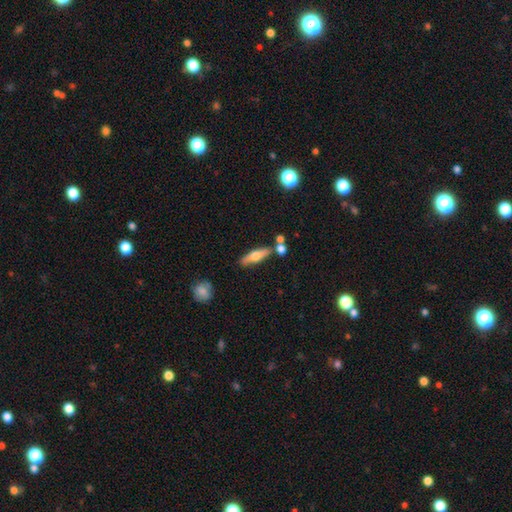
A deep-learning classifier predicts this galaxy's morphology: This appears to be a smooth galaxy with no disk features (52%) that is cigar-shaped (65%). Merging: none (74%).